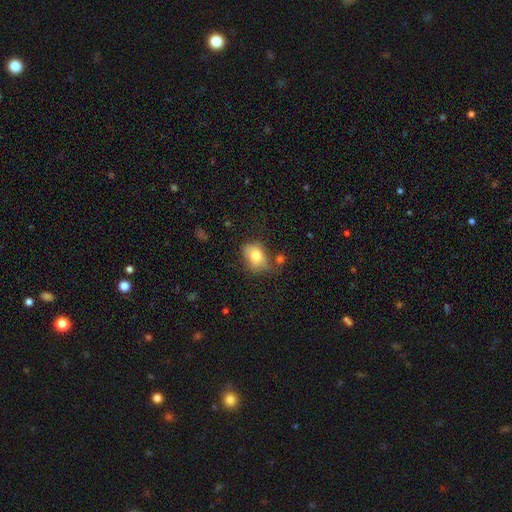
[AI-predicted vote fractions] smooth 77%, featured or disk 14%, star or artifact 9%. Down the decision tree: how rounded — in between (73%); merging — none (58%).